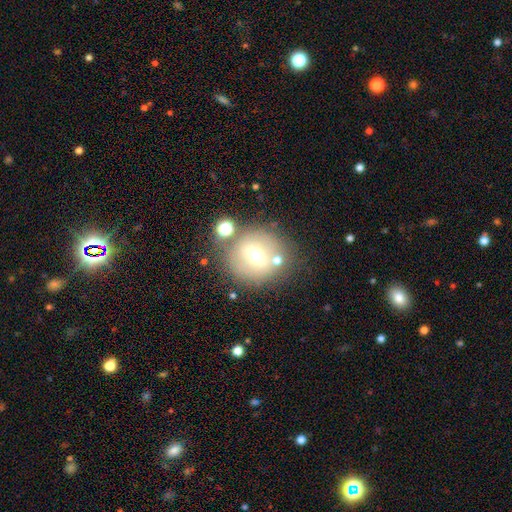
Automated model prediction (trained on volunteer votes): smooth-or-featured: featured or disk: 43% (tied) | smooth: 43% (tied) | star or artifact: 13%
  merging: none: 71% | minor disturbance: 14% | merger: 9% | major disturbance: 6%